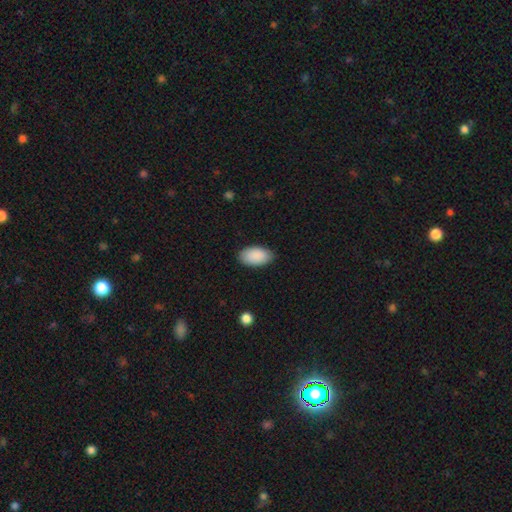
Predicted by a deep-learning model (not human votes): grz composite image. It shows a smooth galaxy with no disk features (91%) that is in between round and cigar-shaped (96%). Merging: none (86%).